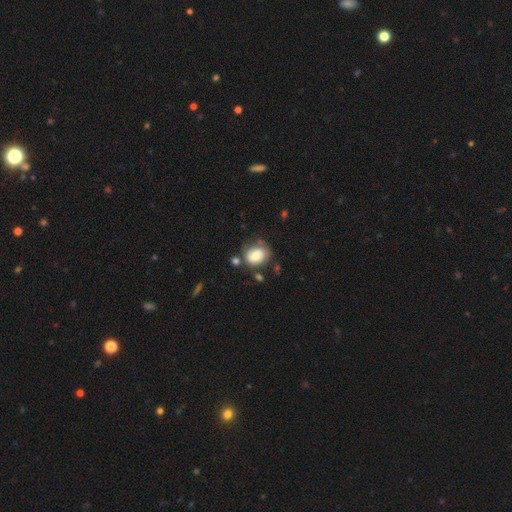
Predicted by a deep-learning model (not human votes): A smooth galaxy with no disk features (71%) that is in between round and cigar-shaped (51%). Merging: none (56%).